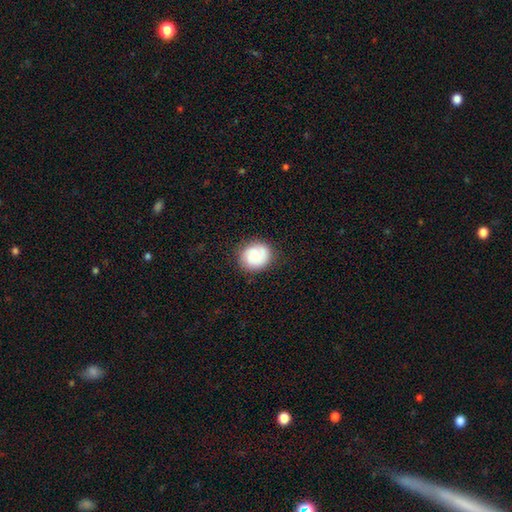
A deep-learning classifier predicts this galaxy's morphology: Smooth or featured?
  - smooth: 65% *
  - featured or disk: 27%
  - star or artifact: 8%
How rounded?
  - round: 81% *
  - in between: 18%
  - cigar-shaped: 1%
Merging?
  - none: 83% *
  - minor disturbance: 12%
  - major disturbance: 4%
  - merger: 1%